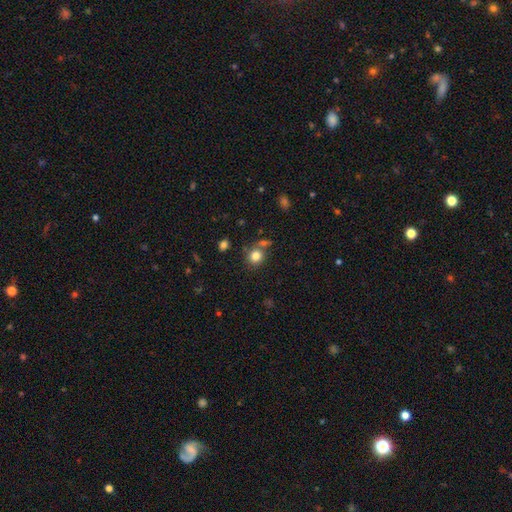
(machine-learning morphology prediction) This appears to be a smooth galaxy with no disk features (81%) that is round (83%). Merging: none (70%).